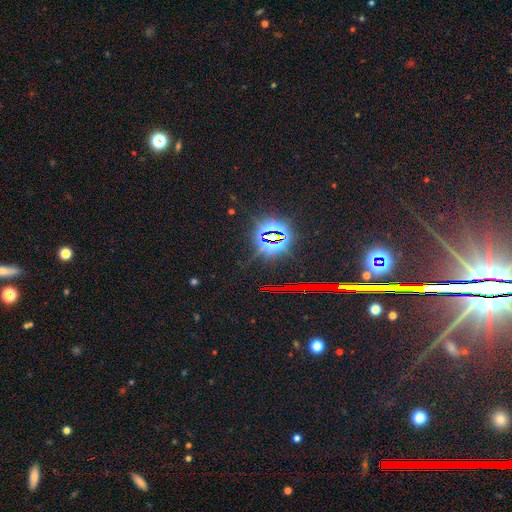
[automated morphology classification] smooth_or_featured: star or artifact (p=0.85) [alt: smooth p=0.08]